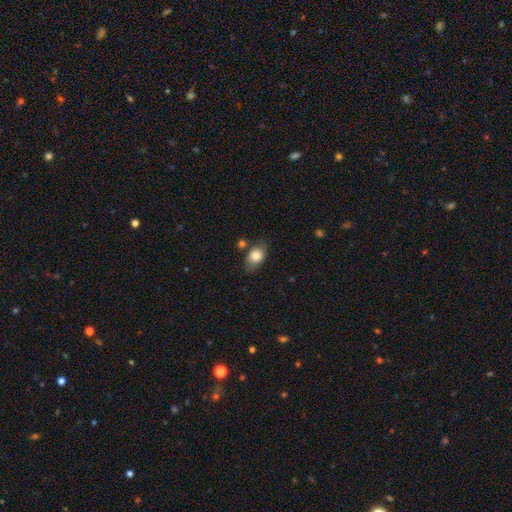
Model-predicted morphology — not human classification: Overall: smooth (78%). How rounded: in between (80%). Merging: none (67%).